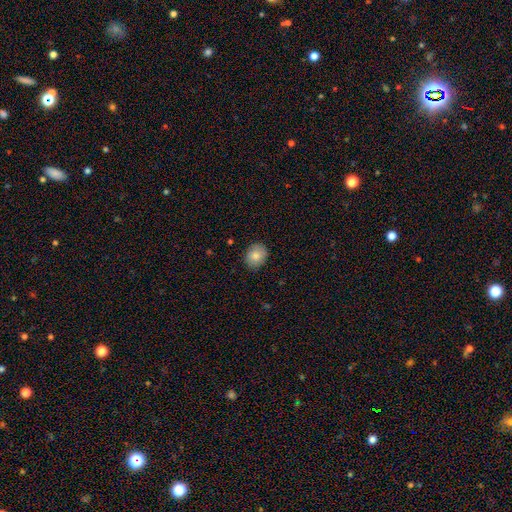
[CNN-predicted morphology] This appears to be a smooth galaxy with no disk features (82%) that is round (55%). Merging: none (86%).